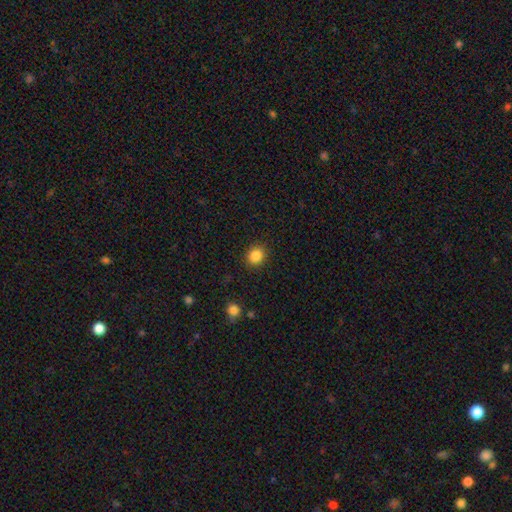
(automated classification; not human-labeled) A smooth galaxy with no disk features (85%) that is round (80%). Merging: none (89%).